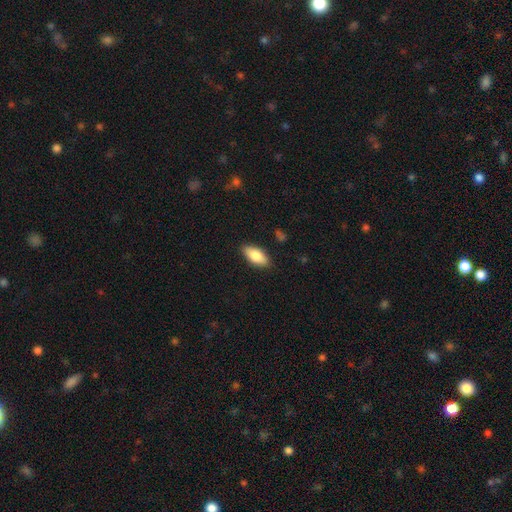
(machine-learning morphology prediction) This is clearly a smooth galaxy (81%). How rounded: clearly in between (88%). Merging: clearly none (87%).